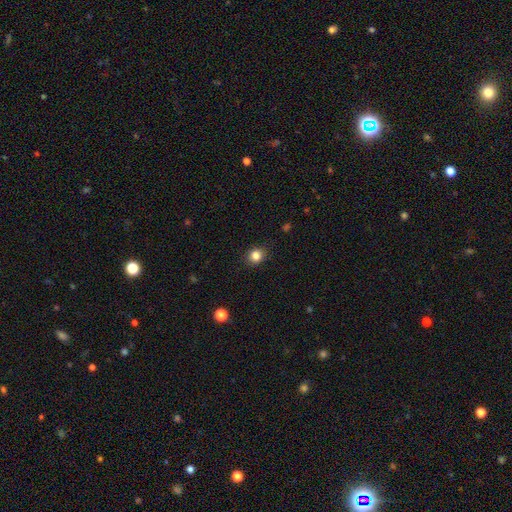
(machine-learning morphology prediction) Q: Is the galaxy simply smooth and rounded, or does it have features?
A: smooth — 84%.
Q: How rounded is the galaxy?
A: round — 72%.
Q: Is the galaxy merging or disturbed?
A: none — 88%.